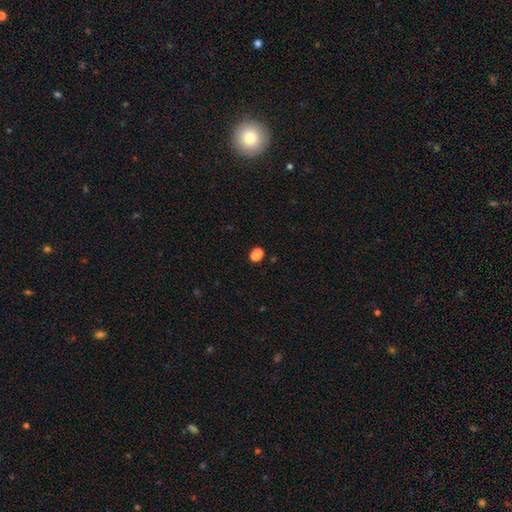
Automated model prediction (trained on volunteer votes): Smooth or featured? smooth (70%)
How rounded? round (51%)
Merging? none (61%)